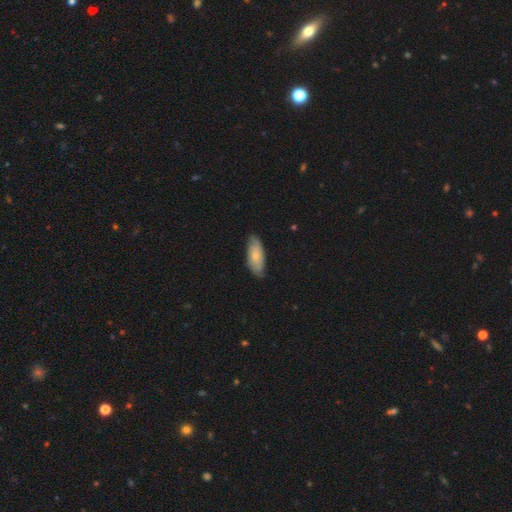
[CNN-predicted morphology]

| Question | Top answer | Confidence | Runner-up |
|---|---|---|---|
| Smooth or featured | smooth | 55% | featured or disk (40%) |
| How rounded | in between | 84% | cigar-shaped (14%) |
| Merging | none | 74% | minor disturbance (21%) |